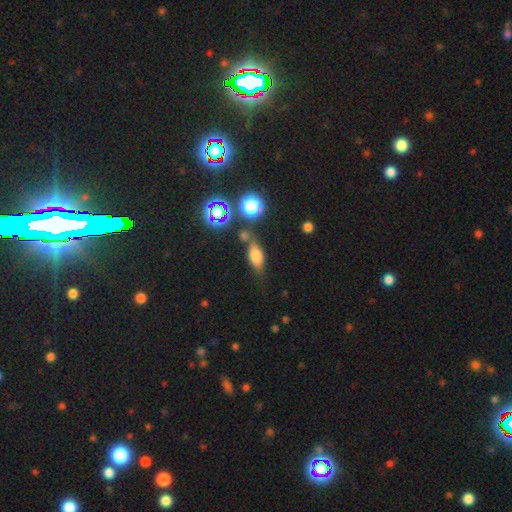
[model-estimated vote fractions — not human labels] Smooth or featured? Predicted: smooth (p=0.67). How rounded? Predicted: in between (p=0.73). Merging? Predicted: none (p=0.63).